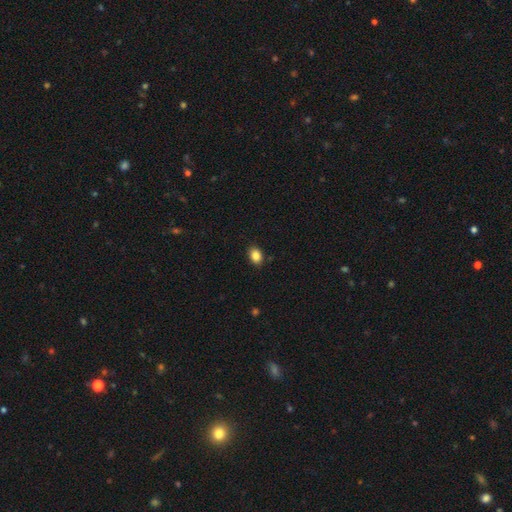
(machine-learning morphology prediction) smooth_or_featured: smooth (p=0.86) [alt: star or artifact p=0.09]
how_rounded: in between (p=0.75) [alt: round p=0.24]
merging: none (p=0.88) [alt: minor disturbance p=0.09]